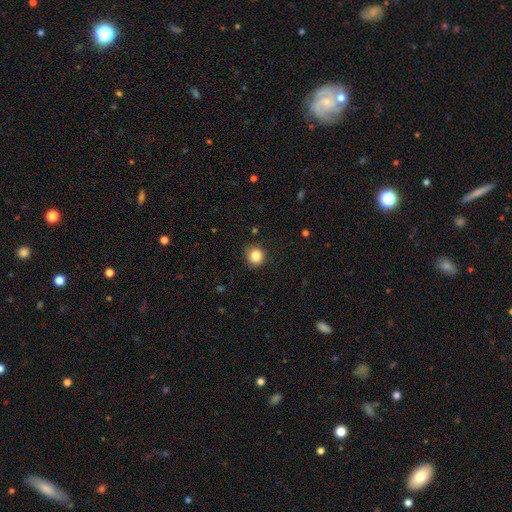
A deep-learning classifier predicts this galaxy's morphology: smooth_or_featured: smooth (p=0.85) [alt: star or artifact p=0.10]
how_rounded: round (p=0.89) [alt: in between p=0.10]
merging: none (p=0.85) [alt: minor disturbance p=0.11]